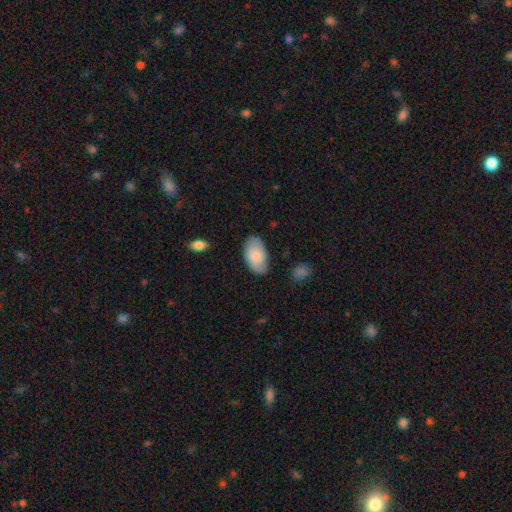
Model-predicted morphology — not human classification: smooth-or-featured: smooth: 82% | featured or disk: 13% | star or artifact: 6%
  how-rounded: in between: 95% | round: 4% | cigar-shaped: 1%
  merging: none: 78% | minor disturbance: 17% | major disturbance: 3% | merger: 2%